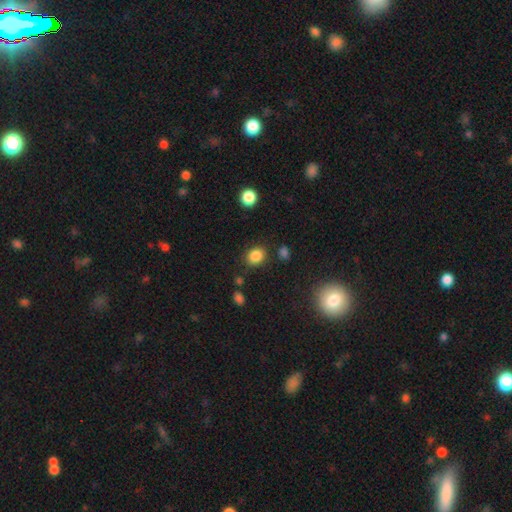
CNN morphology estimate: Q: Smooth or featured?
A: smooth (85%); runner-up: star or artifact (11%)
Q: How rounded?
A: round (54%); runner-up: in between (45%)
Q: Merging?
A: none (82%); runner-up: minor disturbance (11%)